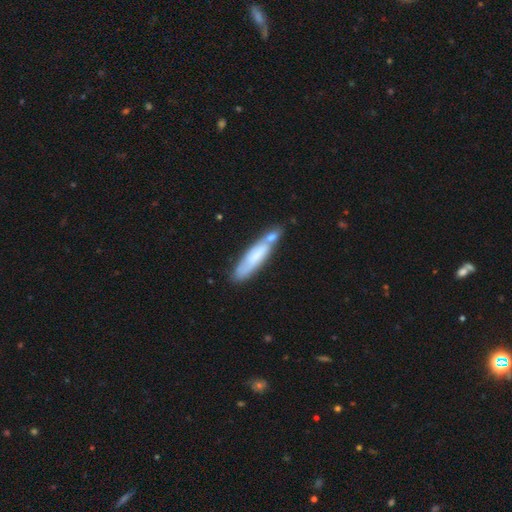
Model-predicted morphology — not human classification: smooth-or-featured: smooth: 63% | featured or disk: 30% | star or artifact: 7%
  how-rounded: cigar-shaped: 80% | in between: 19% | round: 1%
  merging: none: 49% | merger: 29% | minor disturbance: 17% | major disturbance: 5%